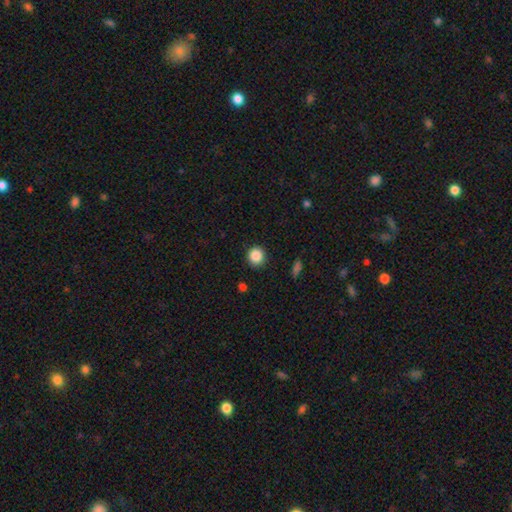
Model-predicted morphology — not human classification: smooth 87%, star or artifact 10%, featured or disk 3%. Down the decision tree: how rounded — round (91%); merging — none (90%).